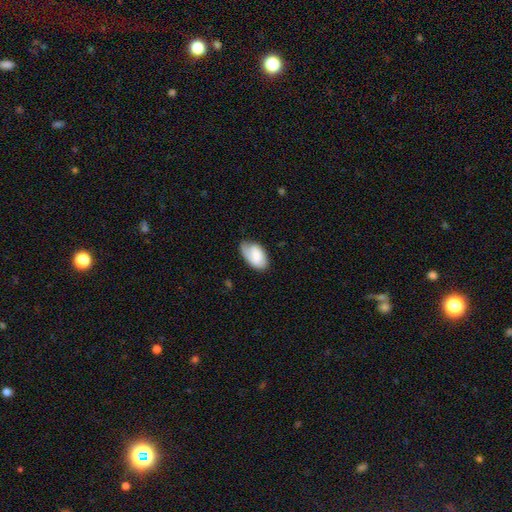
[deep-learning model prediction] Morphology: type=smooth (62%); roundness=in between (94%); merging=none (53%).